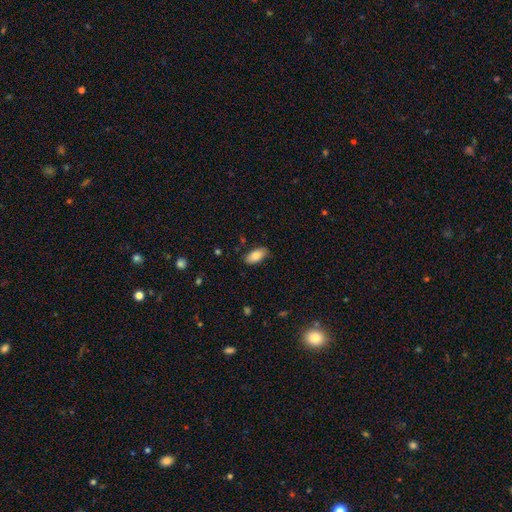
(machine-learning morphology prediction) The model was most divided on "merging": none: 85%, minor disturbance: 11%, major disturbance: 2%, merger: 1%. More confident: how rounded — in between (91%); smooth or featured — smooth (85%).